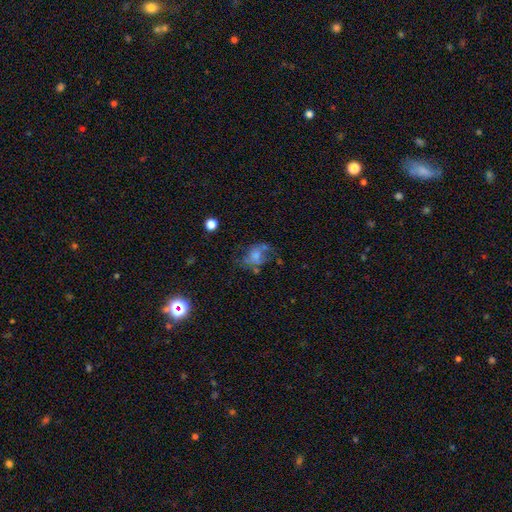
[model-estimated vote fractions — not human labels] Smooth or featured? Predicted: smooth (p=0.45). Merging? Predicted: none (p=0.37).